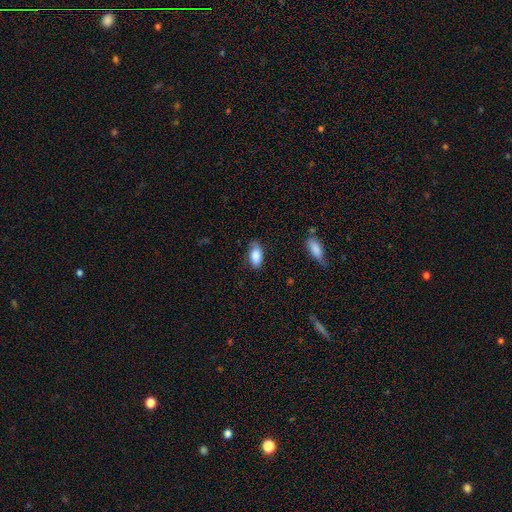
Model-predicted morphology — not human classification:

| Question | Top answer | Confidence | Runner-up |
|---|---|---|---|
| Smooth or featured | smooth | 85% | featured or disk (8%) |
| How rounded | in between | 90% | cigar-shaped (7%) |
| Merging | none | 75% | minor disturbance (19%) |